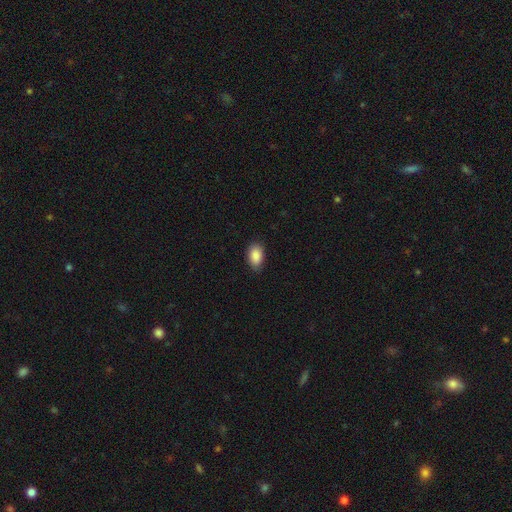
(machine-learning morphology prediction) type=smooth (89%); roundness=in between (91%); merging=none (82%).